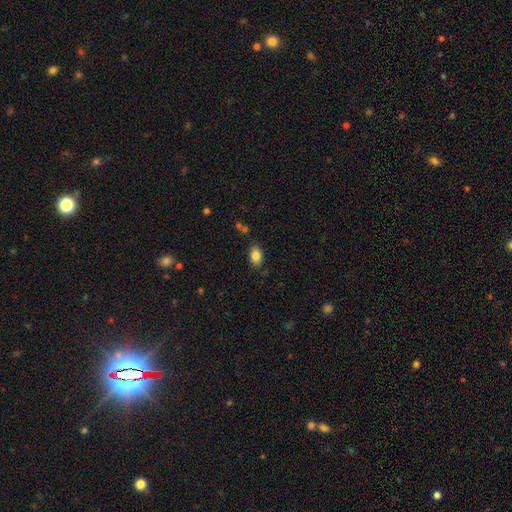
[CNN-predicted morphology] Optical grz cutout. It shows a smooth galaxy with no disk features (85%) that is in between round and cigar-shaped (88%). Merging: none (80%).